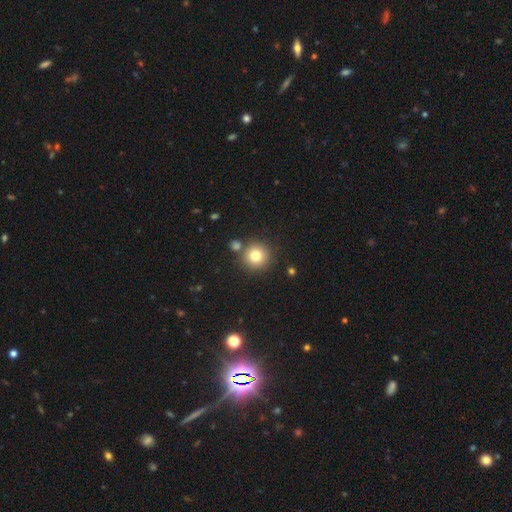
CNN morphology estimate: A smooth galaxy with no disk features (79%) that is round (94%).

Vote fractions:
- Smooth or featured? smooth: 79% / star or artifact: 12% / featured or disk: 9%
- How rounded? round: 94% / in between: 5% / cigar-shaped: 1%
- Merging? none: 80% / merger: 10% / minor disturbance: 8% / major disturbance: 3%